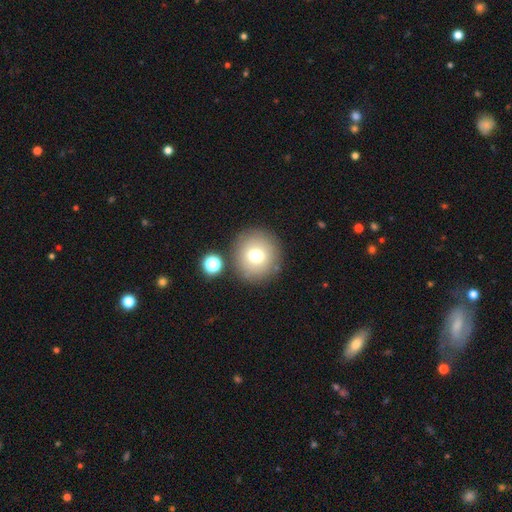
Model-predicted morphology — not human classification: A smooth galaxy with no disk features (73%) that is round (92%). Merging: none (82%).